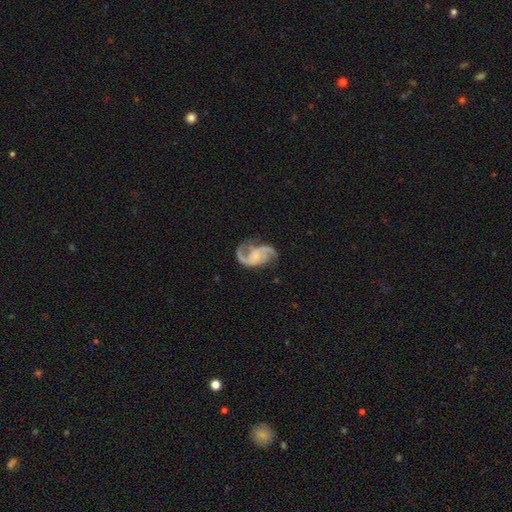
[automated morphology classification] Smooth or featured?
  - featured or disk: 90% *
  - smooth: 5%
  - star or artifact: 5%
Edge-on disk?
  - no: 98% *
  - yes: 2%
Bar?
  - no: 59% *
  - weak: 33%
  - strong: 9%
Spiral arms?
  - yes: 97% *
  - no: 3%
Spiral winding?
  - medium: 48% *
  - loose: 39%
  - tight: 12%
Spiral arm count?
  - 2: 89% *
  - 3: 4%
  - 1: 3%
  - can't tell: 2%
  - 4: 1%
  - more than 4: 1%
Bulge size?
  - small: 58% *
  - moderate: 20%
  - none: 19%
  - large: 3%
  - dominant: 1%
Merging?
  - none: 66% *
  - minor disturbance: 18%
  - major disturbance: 14%
  - merger: 2%